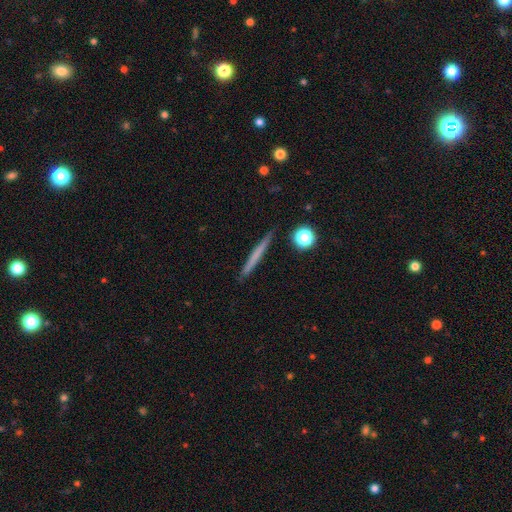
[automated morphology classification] This appears to be a smooth galaxy with no disk features (58%) that is cigar-shaped (96%). Merging: none (90%).